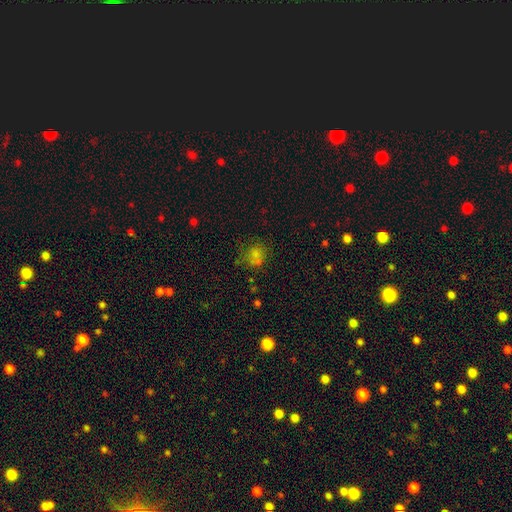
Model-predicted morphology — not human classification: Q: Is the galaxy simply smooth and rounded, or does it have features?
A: smooth — 68%.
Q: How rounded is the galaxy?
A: round — 76%.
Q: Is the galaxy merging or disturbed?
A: none — 51%.